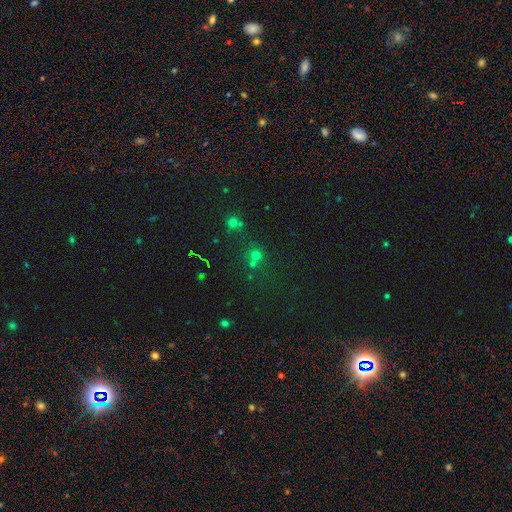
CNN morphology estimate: This is possibly a smooth galaxy (58%). How rounded: clearly round (87%). Merging: possibly none (58%).